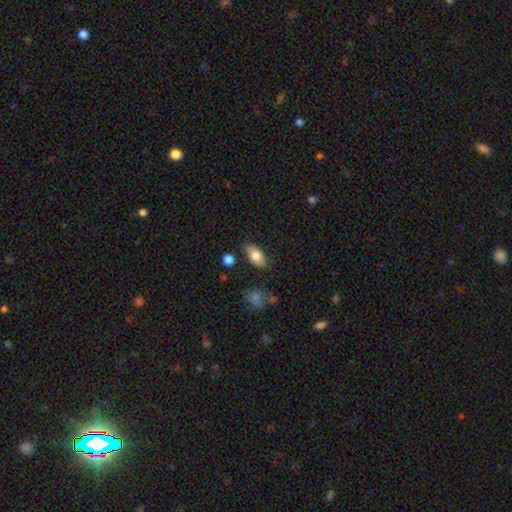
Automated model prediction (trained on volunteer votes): This appears to be a smooth galaxy with no disk features (75%) that is in between round and cigar-shaped (88%). Merging: none (79%).